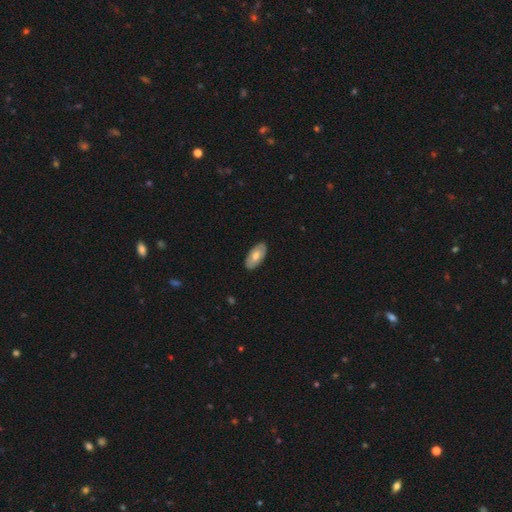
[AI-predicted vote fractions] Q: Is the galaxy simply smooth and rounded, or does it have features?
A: smooth — 63%.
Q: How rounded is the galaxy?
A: in between — 94%.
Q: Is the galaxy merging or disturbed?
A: none — 87%.